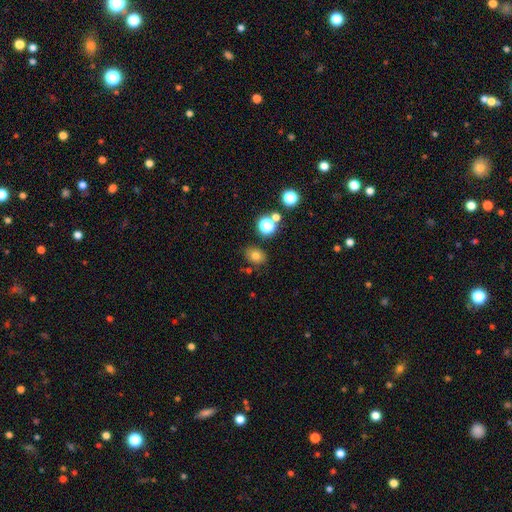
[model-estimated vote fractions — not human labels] Smooth or featured: smooth — 73% (star or artifact — 17%)
How rounded: in between — 51% (round — 48%)
Merging: none — 78% (minor disturbance — 12%)